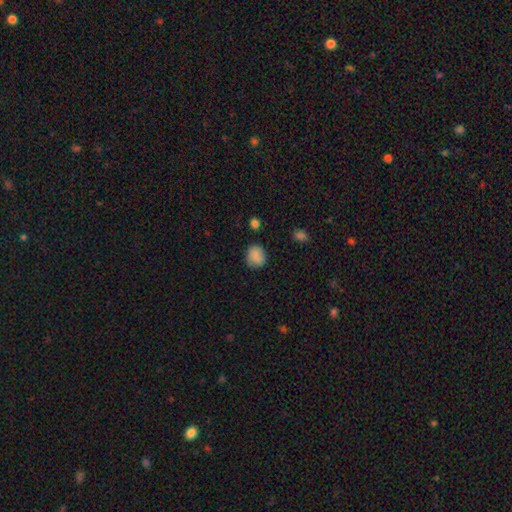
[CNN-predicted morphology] type=smooth (87%); roundness=round (69%); merging=none (84%).